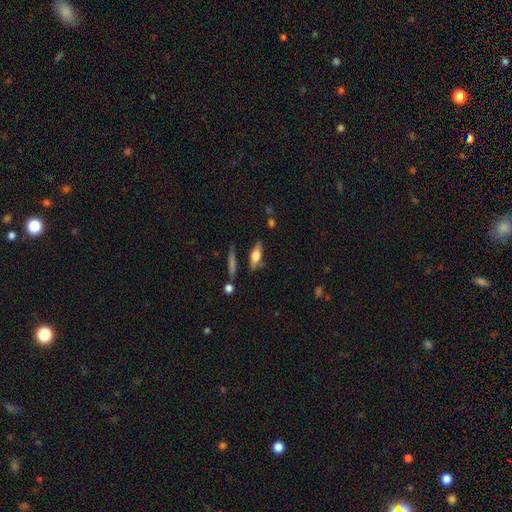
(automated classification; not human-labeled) This appears to be a smooth galaxy with no disk features (50%) that is in between round and cigar-shaped (51%). Merging: none (72%).